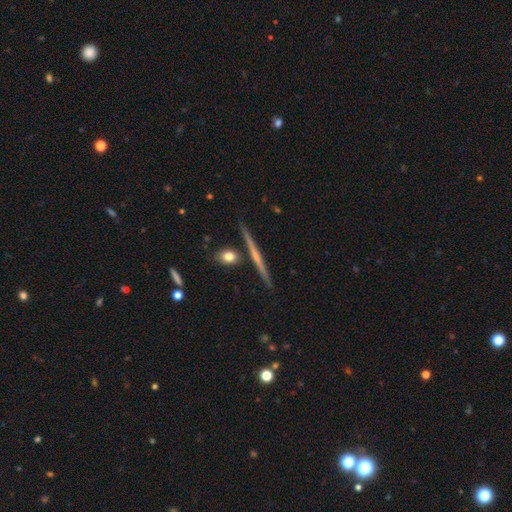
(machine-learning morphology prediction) type=featured or disk (65%); edge-on=yes (98%); edge-on bulge=none (68%); merging=none (89%).